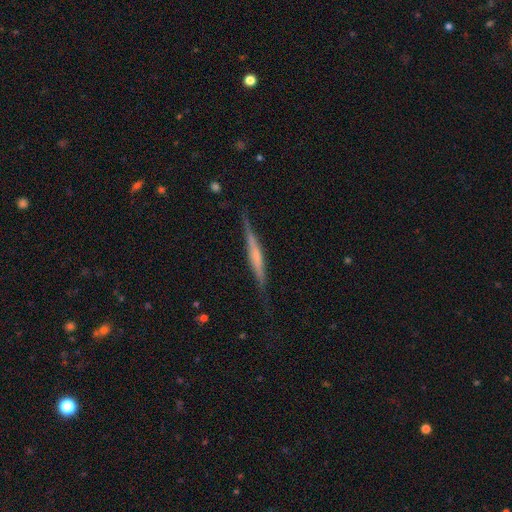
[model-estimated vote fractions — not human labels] This is likely a featured or disk galaxy (66%). It is clearly viewed edge-on (97%). Edge-on bulge: marginally none (44%). Merging: clearly none (82%).